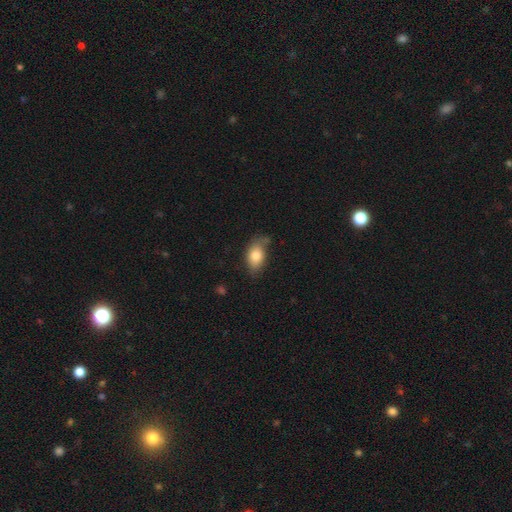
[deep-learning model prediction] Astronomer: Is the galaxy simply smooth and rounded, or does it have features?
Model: smooth — 80%.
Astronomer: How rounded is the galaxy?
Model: in between — 89%.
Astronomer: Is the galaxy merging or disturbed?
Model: none — 60%.